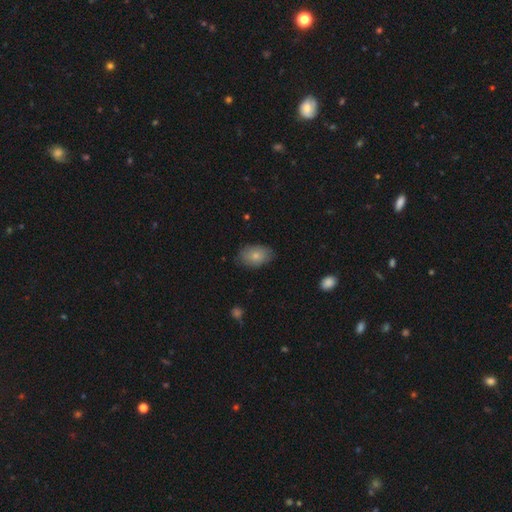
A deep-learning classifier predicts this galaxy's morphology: This is likely a smooth galaxy (78%). How rounded: clearly in between (88%). Merging: likely none (76%).